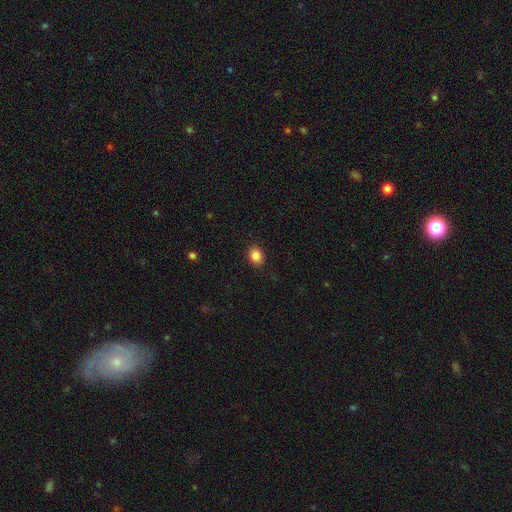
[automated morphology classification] Smooth or featured? smooth (86%)
How rounded? in between (53%)
Merging? none (89%)